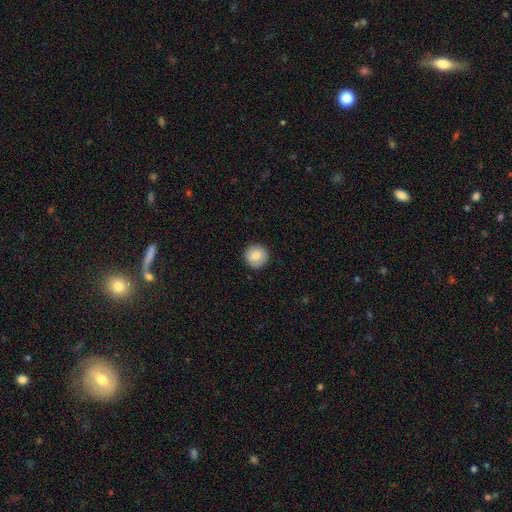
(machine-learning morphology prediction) Smooth or featured?
  - smooth: 83% *
  - featured or disk: 9%
  - star or artifact: 8%
How rounded?
  - round: 96% *
  - in between: 3%
  - cigar-shaped: 1%
Merging?
  - none: 92% *
  - minor disturbance: 6%
  - major disturbance: 2%
  - merger: 1%